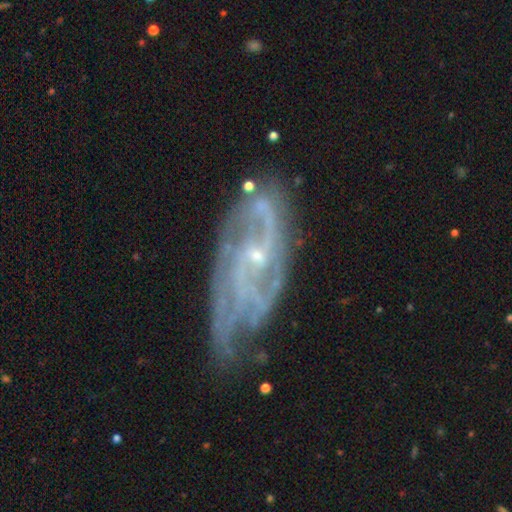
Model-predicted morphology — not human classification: Smooth or featured: featured or disk — 87% (star or artifact — 7%)
Edge-on disk: no — 94% (yes — 6%)
Bar: no — 58% (weak — 33%)
Spiral arms: yes — 96% (no — 4%)
Spiral winding: tight — 47% (medium — 42%)
Spiral arm count: 2 — 35% (can't tell — 23%)
Bulge size: small — 80% (moderate — 15%)
Merging: none — 63% (minor disturbance — 24%)